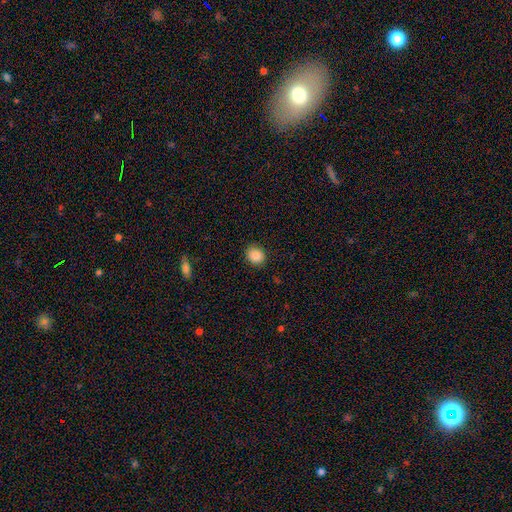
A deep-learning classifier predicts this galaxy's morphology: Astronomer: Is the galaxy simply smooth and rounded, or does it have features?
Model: smooth — 87%.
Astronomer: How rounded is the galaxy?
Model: round — 71%.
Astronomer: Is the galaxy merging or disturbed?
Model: none — 88%.